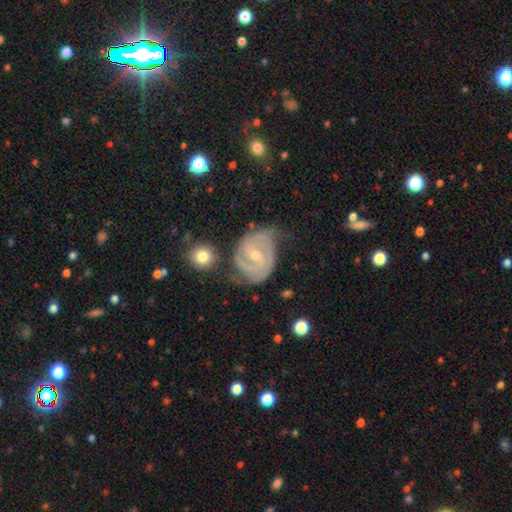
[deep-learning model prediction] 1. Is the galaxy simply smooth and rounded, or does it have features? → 87% featured or disk, 8% smooth, 5% star or artifact.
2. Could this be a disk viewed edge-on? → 97% no, 3% yes.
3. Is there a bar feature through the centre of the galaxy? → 47% weak, 39% no, 13% strong.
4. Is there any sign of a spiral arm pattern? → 96% yes, 4% no.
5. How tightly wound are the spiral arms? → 55% tight, 37% medium, 9% loose.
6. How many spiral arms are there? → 56% 2, 20% 3, 14% can't tell, 4% 1, 3% 4, 3% more than 4.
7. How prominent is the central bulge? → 51% small, 46% moderate, 2% none, 1% large, 1% dominant.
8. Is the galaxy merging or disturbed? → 54% none, 29% minor disturbance, 13% major disturbance, 4% merger.